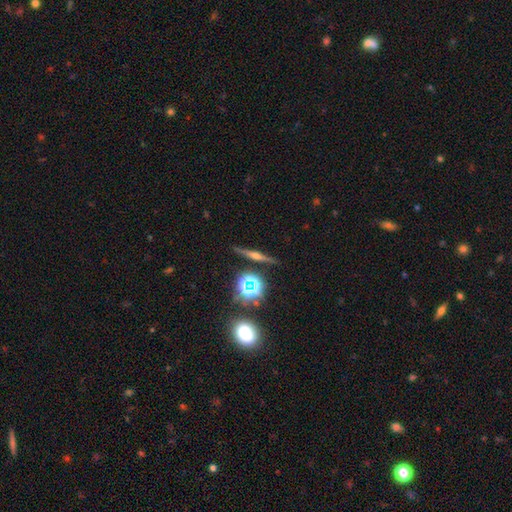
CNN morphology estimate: type=featured or disk (60%); edge-on=yes (96%); edge-on bulge=rounded (87%); merging=none (88%).